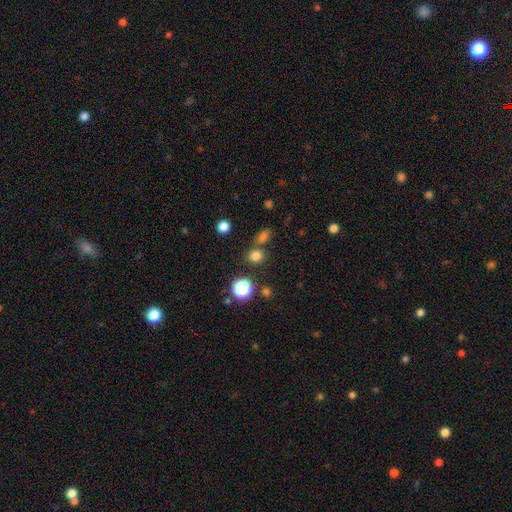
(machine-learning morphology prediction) smooth 74%, star or artifact 20%, featured or disk 6%. Down the decision tree: how rounded — round (70%); merging — none (69%).